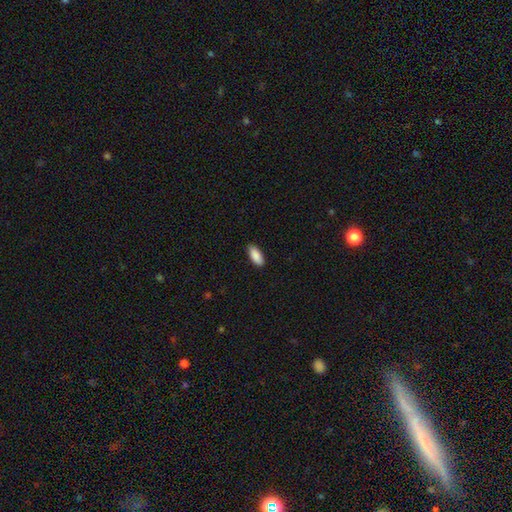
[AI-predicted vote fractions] Smooth or featured? smooth (90%)
How rounded? in between (83%)
Merging? none (89%)